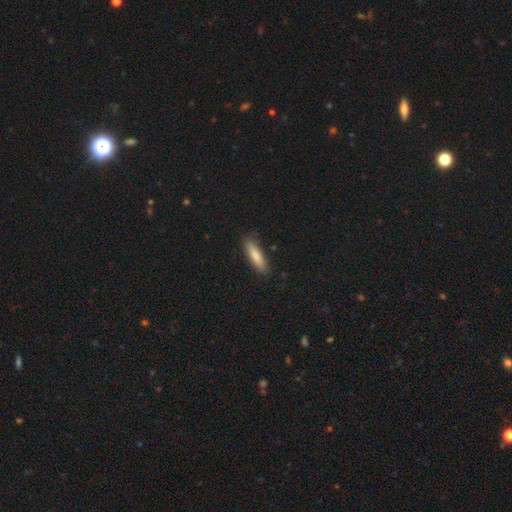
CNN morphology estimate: smooth-or-featured: smooth: 81% | featured or disk: 13% | star or artifact: 6%
  how-rounded: cigar-shaped: 69% | in between: 30% | round: 1%
  merging: none: 82% | minor disturbance: 14% | major disturbance: 3% | merger: 1%